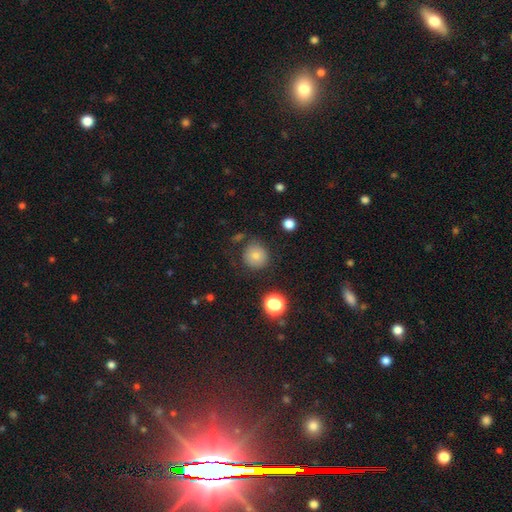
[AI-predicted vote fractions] Morphology: type=smooth (77%); roundness=round (92%); merging=none (78%).